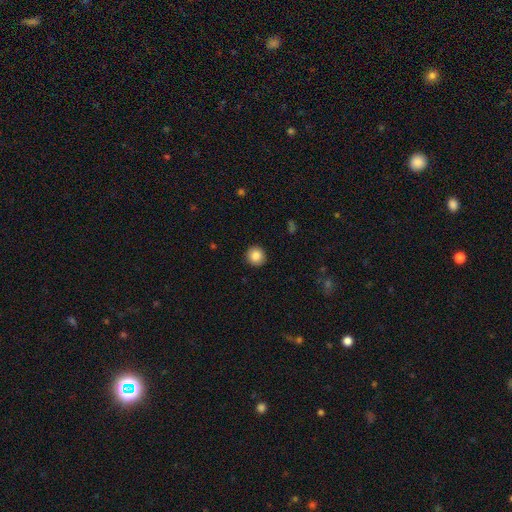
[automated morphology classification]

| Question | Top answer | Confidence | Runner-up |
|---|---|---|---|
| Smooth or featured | smooth | 87% | star or artifact (9%) |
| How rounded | round | 93% | in between (6%) |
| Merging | none | 92% | minor disturbance (5%) |